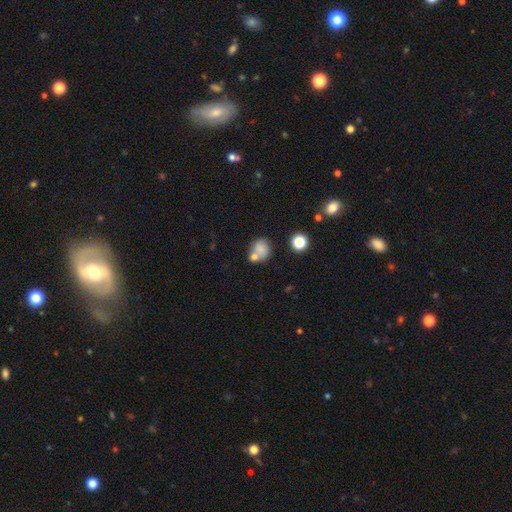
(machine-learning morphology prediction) The model was most divided on "merging": none: 48%, merger: 32%, minor disturbance: 13%, major disturbance: 6%. More confident: smooth or featured — smooth (74%); how rounded — round (71%).